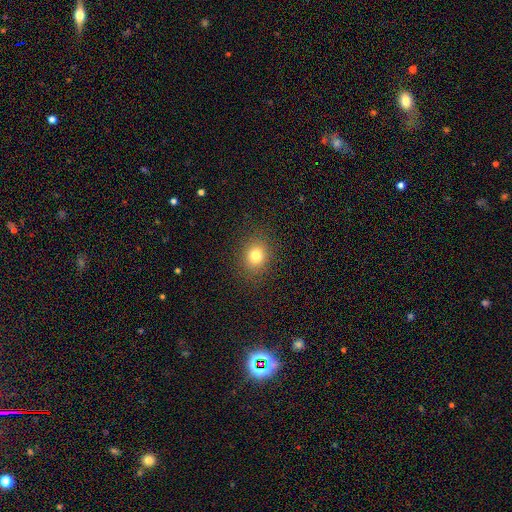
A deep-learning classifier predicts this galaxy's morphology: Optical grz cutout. It shows a smooth galaxy with no disk features (79%) that is round (66%). Merging: none (88%).